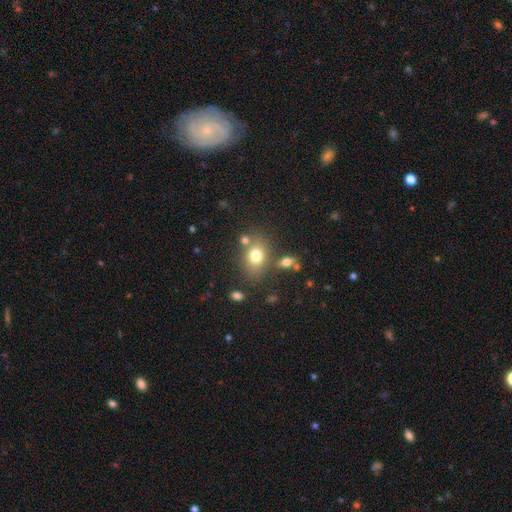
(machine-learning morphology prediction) smooth 75%, featured or disk 13%, star or artifact 12%. Down the decision tree: how rounded — in between (61%); merging — none (69%).